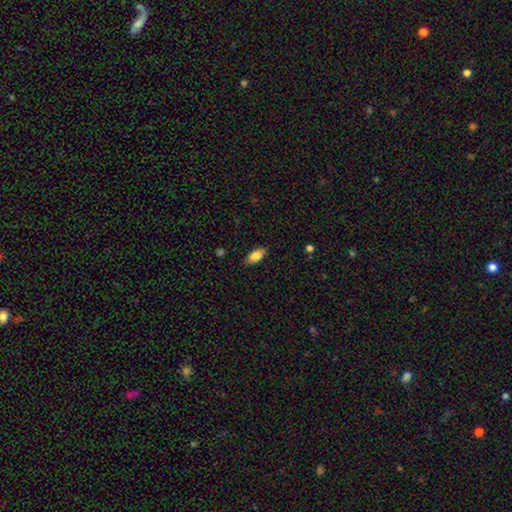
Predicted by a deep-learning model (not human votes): Smooth or featured? Predicted: smooth (p=0.82). How rounded? Predicted: in between (p=0.88). Merging? Predicted: none (p=0.87).